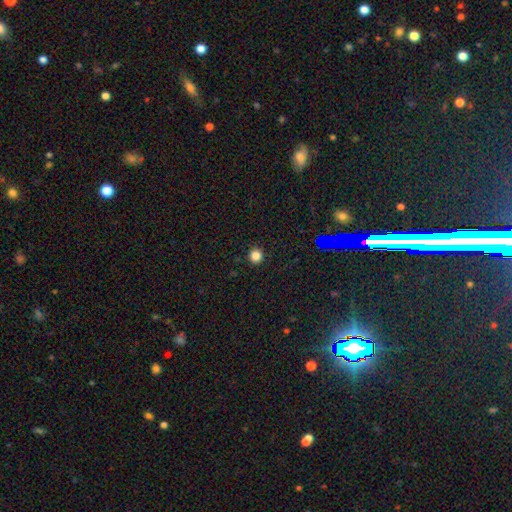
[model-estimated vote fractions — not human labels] smooth_or_featured: smooth (p=0.83) [alt: star or artifact p=0.14]
how_rounded: round (p=0.95) [alt: in between p=0.04]
merging: none (p=0.92) [alt: minor disturbance p=0.05]